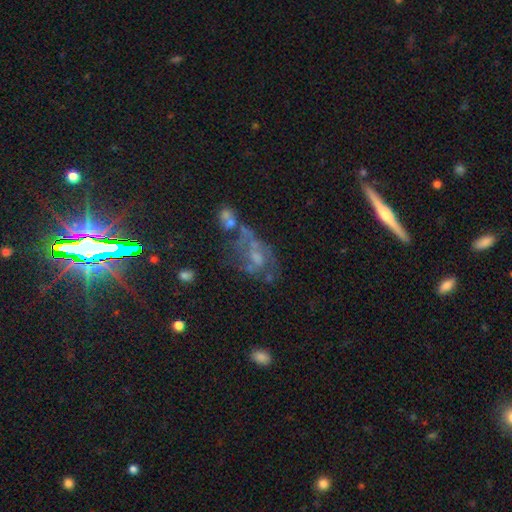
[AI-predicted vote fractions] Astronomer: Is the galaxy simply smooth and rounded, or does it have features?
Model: featured or disk — 56%.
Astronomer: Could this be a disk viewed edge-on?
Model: no — 96%.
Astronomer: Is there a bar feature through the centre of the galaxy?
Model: no — 72%.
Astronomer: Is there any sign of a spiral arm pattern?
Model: no — 69%.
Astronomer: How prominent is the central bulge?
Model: none — 38% (runner-up: moderate, 29%).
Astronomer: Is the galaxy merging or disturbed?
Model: major disturbance — 33% (runner-up: none, 26%).